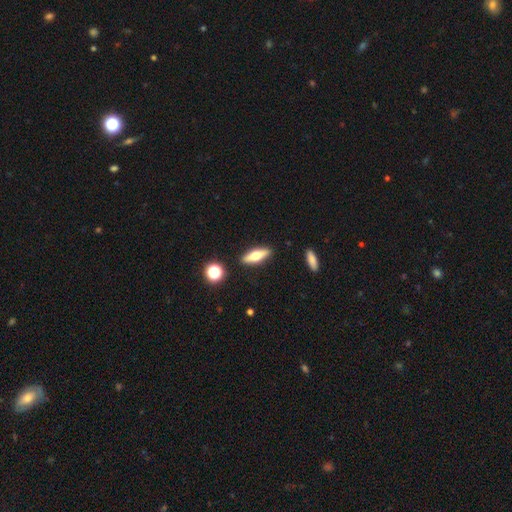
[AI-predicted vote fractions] smooth_or_featured: smooth (p=0.50) [alt: featured or disk p=0.43]
merging: none (p=0.88) [alt: minor disturbance p=0.08]